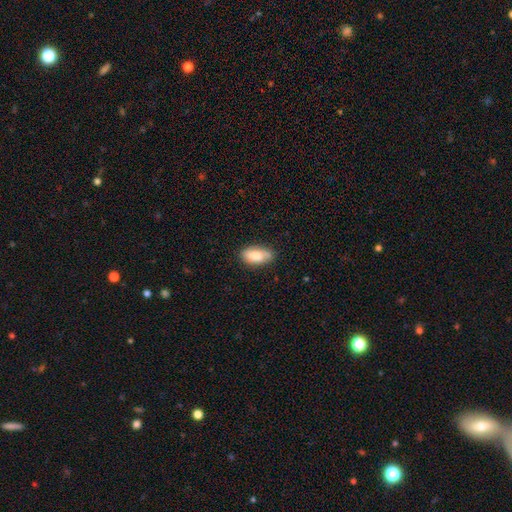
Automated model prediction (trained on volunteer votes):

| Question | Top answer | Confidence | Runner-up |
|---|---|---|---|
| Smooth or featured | smooth | 80% | featured or disk (13%) |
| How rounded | in between | 90% | cigar-shaped (7%) |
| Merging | none | 74% | minor disturbance (21%) |